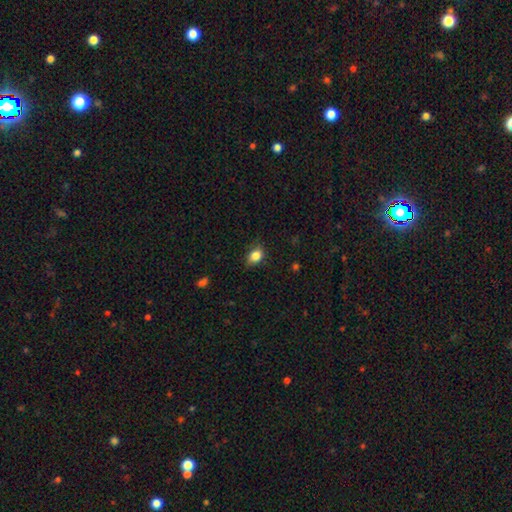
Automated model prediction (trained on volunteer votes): smooth-or-featured: smooth: 84% | star or artifact: 9% | featured or disk: 6%
  how-rounded: in between: 67% | round: 31% | cigar-shaped: 2%
  merging: none: 72% | minor disturbance: 22% | major disturbance: 4% | merger: 1%